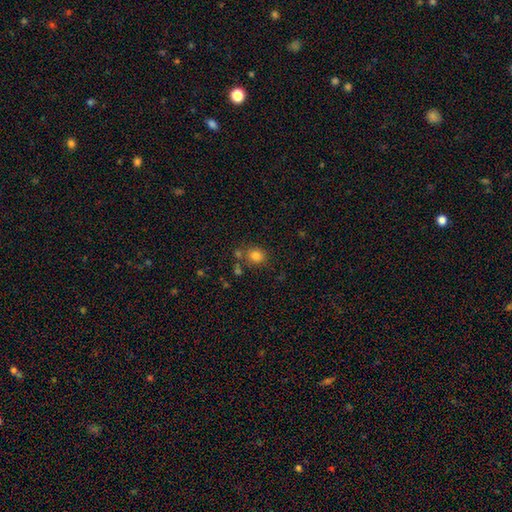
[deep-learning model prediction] Overall: smooth (82%). How rounded: round (70%). Merging: none (71%).